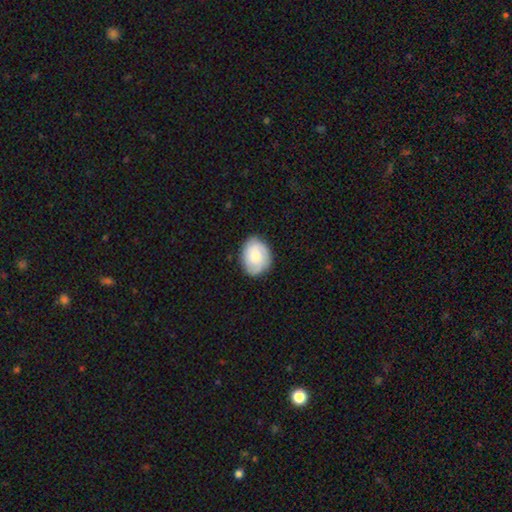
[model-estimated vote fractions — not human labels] Smooth or featured: smooth — 58% (featured or disk — 36%)
How rounded: in between — 60% (round — 39%)
Merging: none — 81% (minor disturbance — 15%)